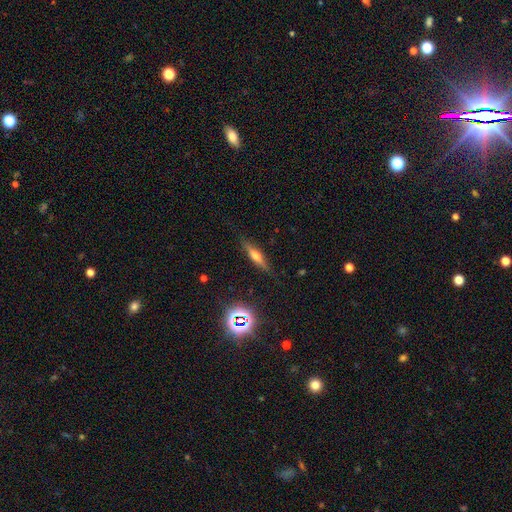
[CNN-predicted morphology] smooth_or_featured: featured or disk (p=0.46) [alt: smooth p=0.42]
merging: none (p=0.86) [alt: minor disturbance p=0.10]